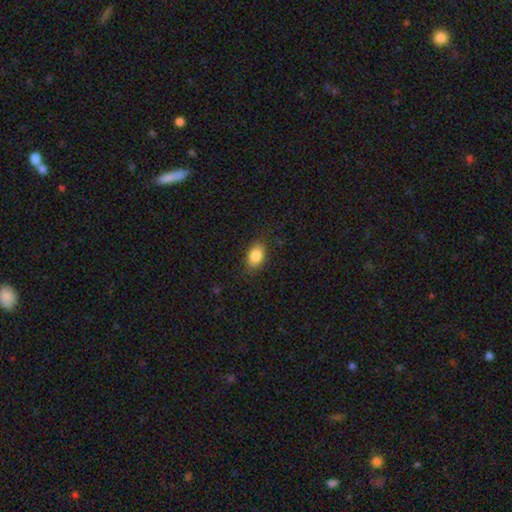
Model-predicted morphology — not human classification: smooth_or_featured: smooth (p=0.85) [alt: star or artifact p=0.08]
how_rounded: in between (p=0.84) [alt: round p=0.14]
merging: none (p=0.83) [alt: minor disturbance p=0.13]